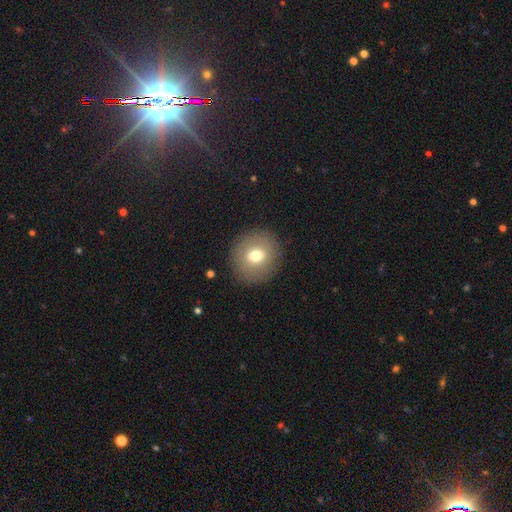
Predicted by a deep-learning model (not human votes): This appears to be a smooth galaxy with no disk features (70%) that is round (88%). Merging: none (89%).